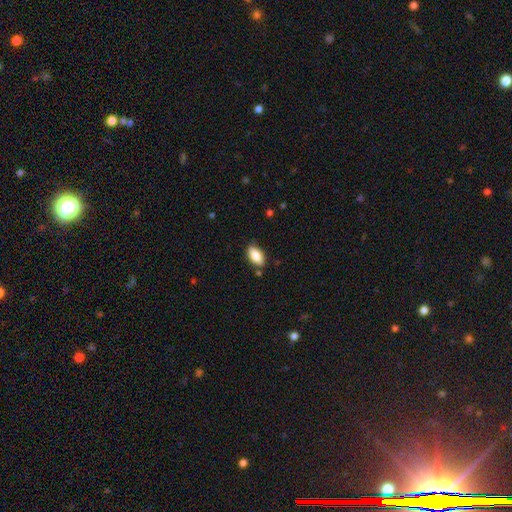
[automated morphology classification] A smooth galaxy with no disk features (85%) that is in between round and cigar-shaped (92%). Merging: none (84%).